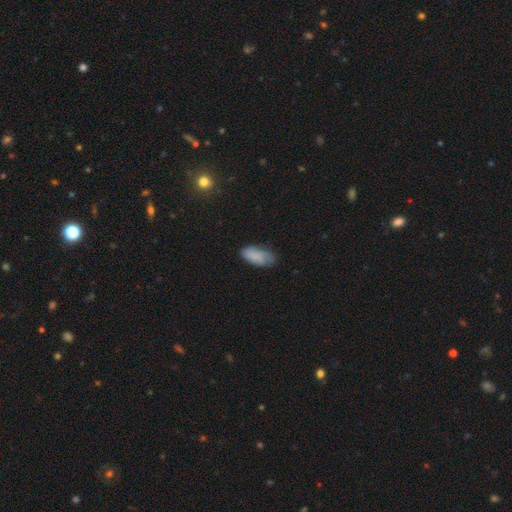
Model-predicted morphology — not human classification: Smooth or featured?
  - smooth: 77% *
  - featured or disk: 15%
  - star or artifact: 8%
How rounded?
  - in between: 90% *
  - cigar-shaped: 7%
  - round: 2%
Merging?
  - none: 56% *
  - minor disturbance: 32%
  - major disturbance: 10%
  - merger: 2%